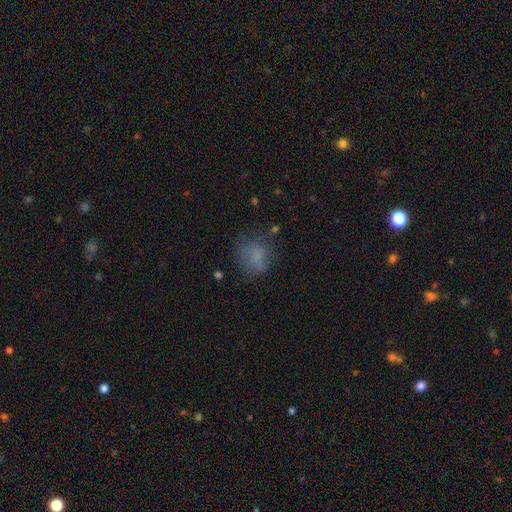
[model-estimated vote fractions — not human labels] Smooth or featured?
  - smooth: 69% *
  - featured or disk: 16%
  - star or artifact: 15%
How rounded?
  - round: 66% *
  - in between: 32%
  - cigar-shaped: 1%
Merging?
  - none: 58% *
  - minor disturbance: 22%
  - major disturbance: 17%
  - merger: 3%